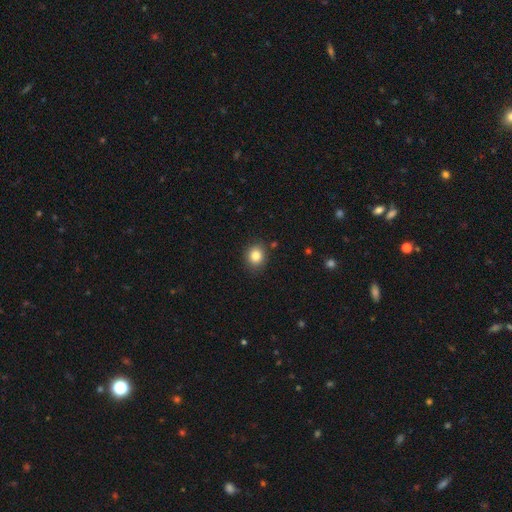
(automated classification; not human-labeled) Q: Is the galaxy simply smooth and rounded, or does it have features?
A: smooth — 83%.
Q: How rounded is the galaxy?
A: round — 72%.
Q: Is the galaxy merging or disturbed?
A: none — 86%.